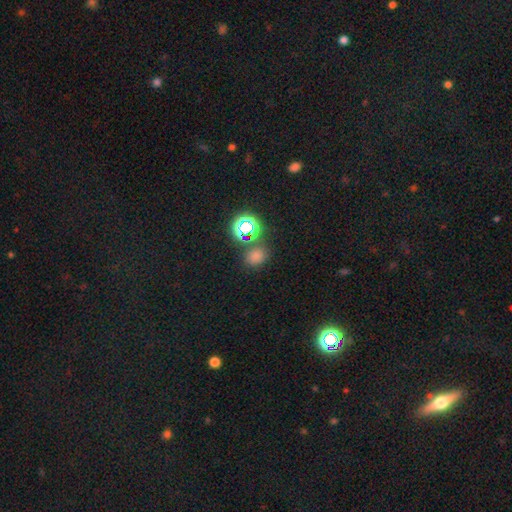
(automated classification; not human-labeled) This appears to be a smooth galaxy with no disk features (64%) that is round (61%). Merging: none (72%).